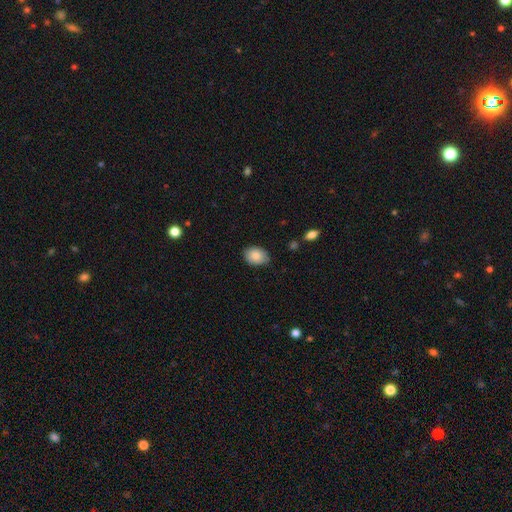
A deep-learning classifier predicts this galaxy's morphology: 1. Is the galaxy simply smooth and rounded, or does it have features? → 85% smooth, 8% featured or disk, 7% star or artifact.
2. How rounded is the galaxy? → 76% in between, 23% round, 1% cigar-shaped.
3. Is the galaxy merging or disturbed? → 81% none, 15% minor disturbance, 2% major disturbance, 1% merger.